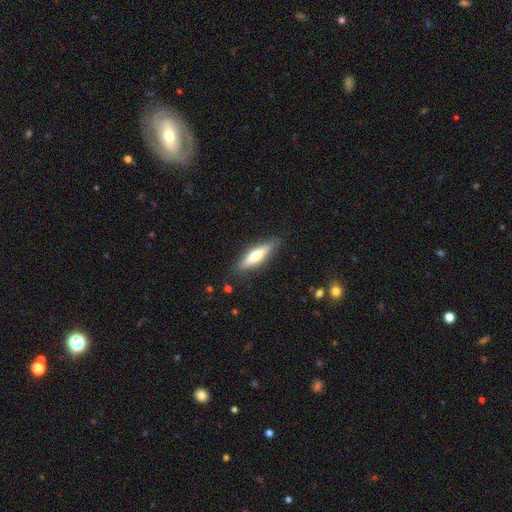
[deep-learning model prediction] Overall: smooth (53%; featured or disk 41%). How rounded: cigar-shaped (64%; in between 34%). Merging: none (84%).